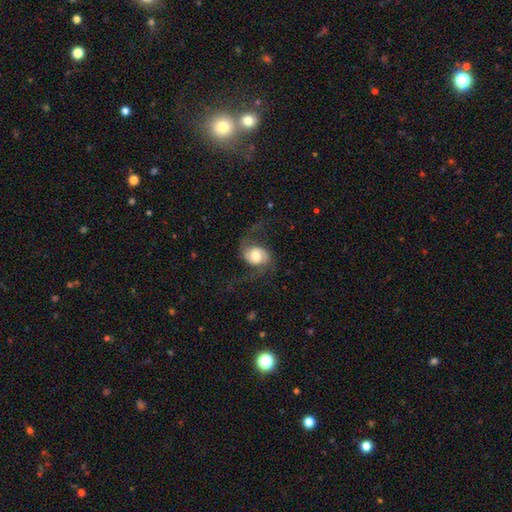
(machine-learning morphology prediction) Smooth or featured: featured or disk — 74% (smooth — 19%)
Edge-on disk: no — 97% (yes — 3%)
Bar: no — 54% (weak — 34%)
Spiral arms: yes — 94% (no — 6%)
Spiral winding: loose — 63% (medium — 30%)
Spiral arm count: 2 — 91% (1 — 3%)
Bulge size: moderate — 58% (large — 21%)
Merging: none — 61% (major disturbance — 22%)